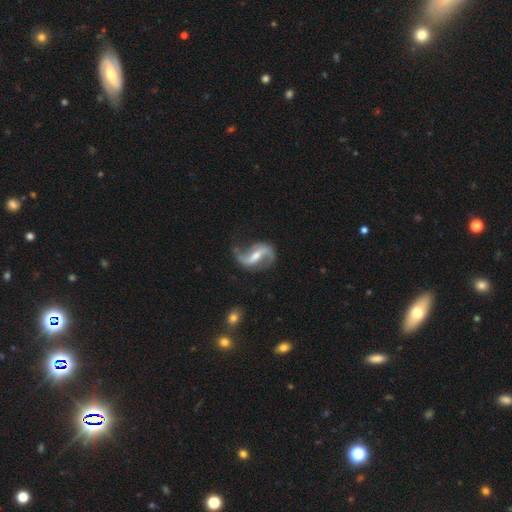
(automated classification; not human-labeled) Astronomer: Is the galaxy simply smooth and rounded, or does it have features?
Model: featured or disk — 90%.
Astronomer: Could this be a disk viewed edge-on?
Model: no — 97%.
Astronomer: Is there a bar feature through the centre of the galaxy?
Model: strong — 49% (runner-up: weak, 37%).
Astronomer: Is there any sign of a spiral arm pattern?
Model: yes — 96%.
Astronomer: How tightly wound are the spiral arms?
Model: loose — 69%.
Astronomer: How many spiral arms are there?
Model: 2 — 92%.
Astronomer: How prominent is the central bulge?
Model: moderate — 47% (runner-up: small, 41%).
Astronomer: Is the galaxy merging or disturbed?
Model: none — 69%.